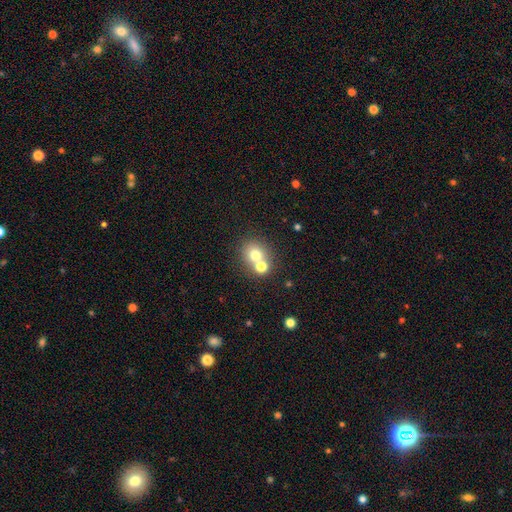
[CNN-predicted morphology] smooth_or_featured: smooth (p=0.72) [alt: featured or disk p=0.14]
how_rounded: round (p=0.78) [alt: in between p=0.21]
merging: none (p=0.48) [alt: merger p=0.42]